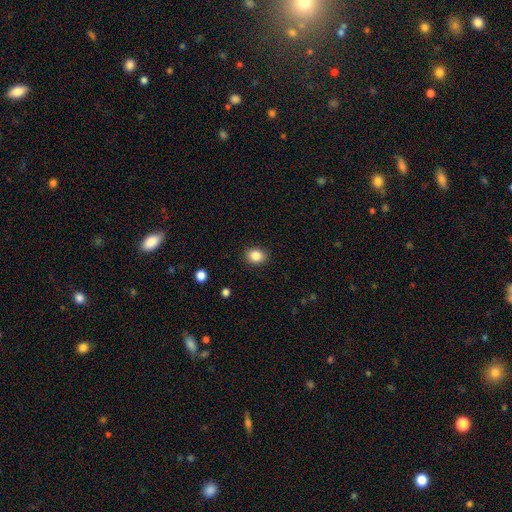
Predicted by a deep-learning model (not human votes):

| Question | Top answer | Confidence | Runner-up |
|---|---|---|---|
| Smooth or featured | smooth | 86% | star or artifact (10%) |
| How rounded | round | 51% | in between (48%) |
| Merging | none | 89% | minor disturbance (8%) |